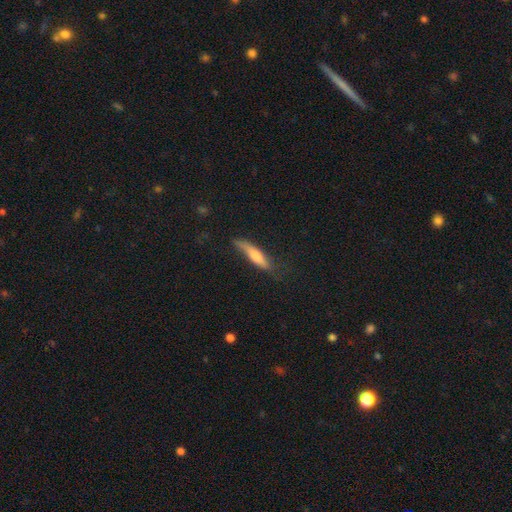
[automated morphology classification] A smooth galaxy with no disk features (57%) that is cigar-shaped (79%).

Vote fractions:
- Smooth or featured? smooth: 57% / featured or disk: 37% / star or artifact: 6%
- How rounded? cigar-shaped: 79% / in between: 19% / round: 2%
- Merging? none: 56% / minor disturbance: 30% / major disturbance: 11% / merger: 2%